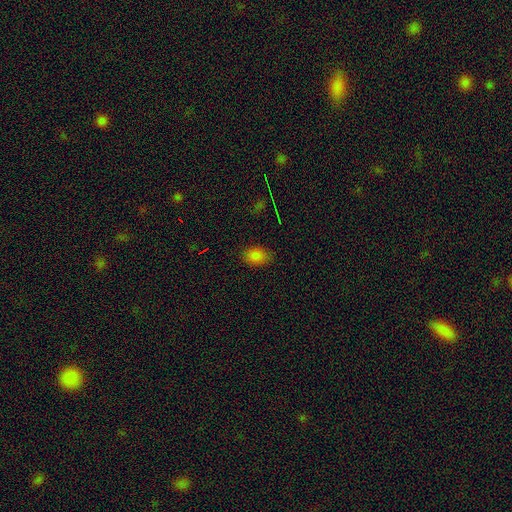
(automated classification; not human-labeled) Morphology: type=smooth (82%); roundness=in between (78%); merging=none (84%).